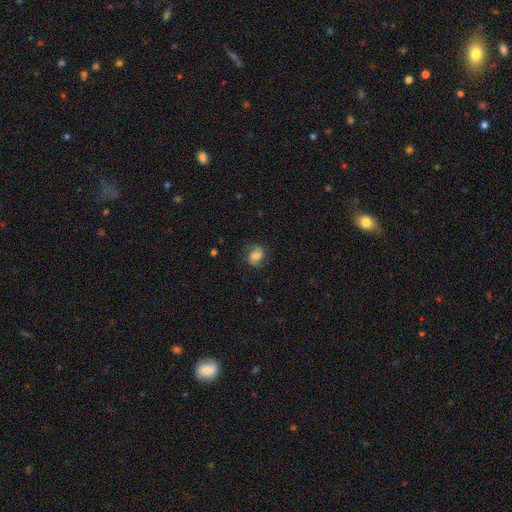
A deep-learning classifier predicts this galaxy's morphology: A featured or disk galaxy (49%). Merging: none (77%).